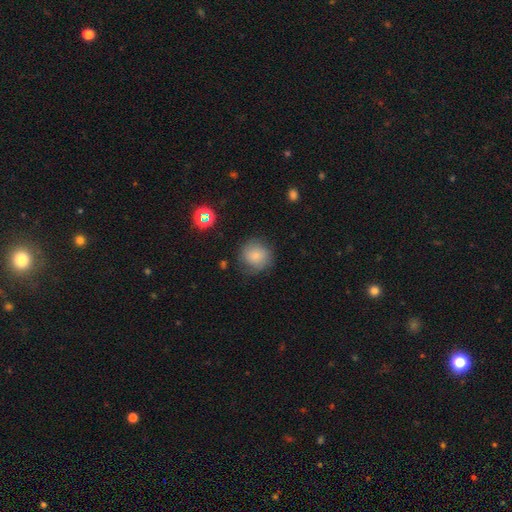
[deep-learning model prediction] Overall: smooth (74%). How rounded: round (89%). Merging: none (72%).